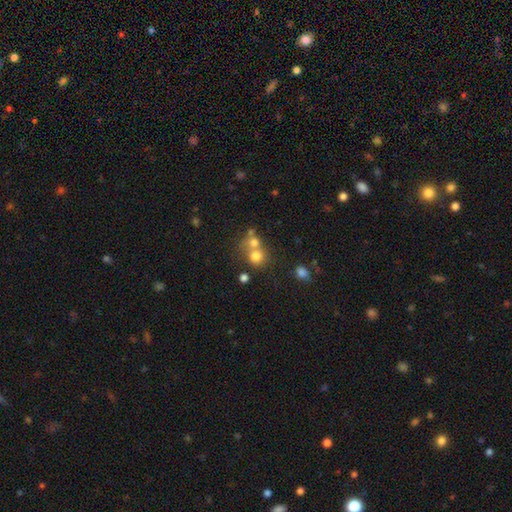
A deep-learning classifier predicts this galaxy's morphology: This appears to be a smooth galaxy with no disk features (73%) that is round (83%). Merging: merger (50%).